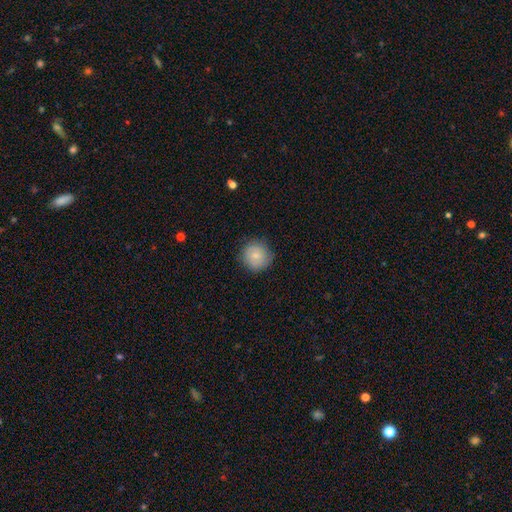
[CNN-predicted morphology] Overall: smooth (80%). How rounded: round (93%). Merging: none (84%).